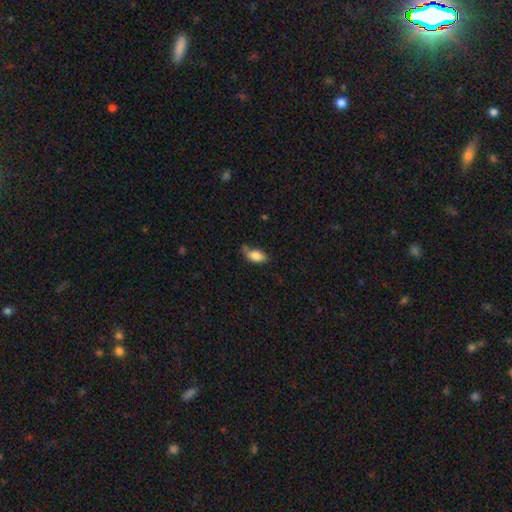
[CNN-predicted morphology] type=smooth (84%); roundness=in between (90%); merging=none (50%).